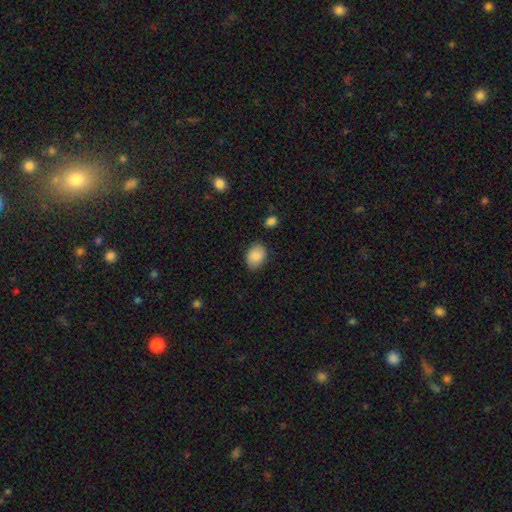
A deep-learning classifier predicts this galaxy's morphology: The model was most divided on "how rounded": in between: 67%, round: 32%, cigar-shaped: 1%. More confident: smooth or featured — smooth (88%); merging — none (83%).